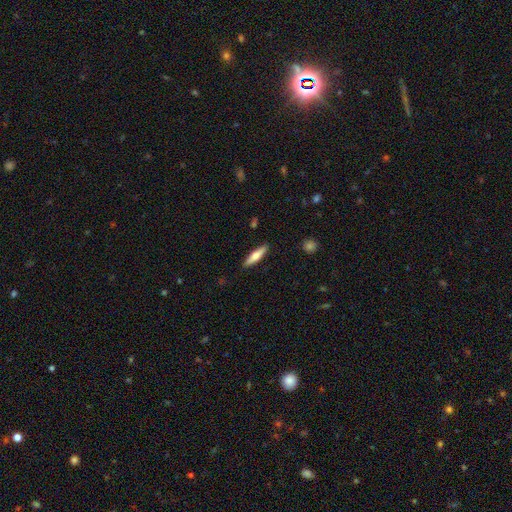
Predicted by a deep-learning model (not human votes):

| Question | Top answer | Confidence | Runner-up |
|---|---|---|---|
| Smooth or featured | smooth | 60% | featured or disk (34%) |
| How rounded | cigar-shaped | 76% | in between (22%) |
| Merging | none | 89% | minor disturbance (8%) |